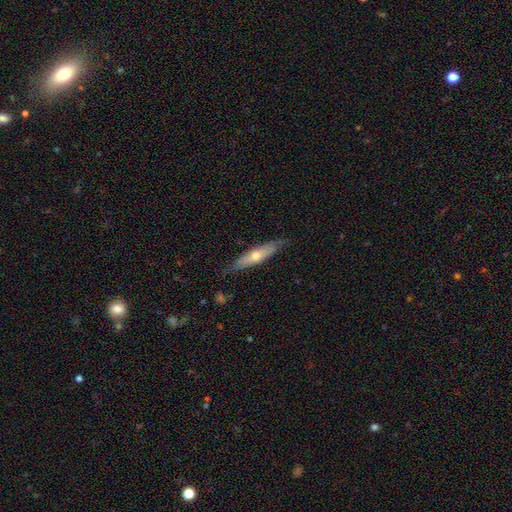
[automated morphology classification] smooth_or_featured: featured or disk (p=0.48) [alt: smooth p=0.46]
merging: none (p=0.76) [alt: minor disturbance p=0.19]